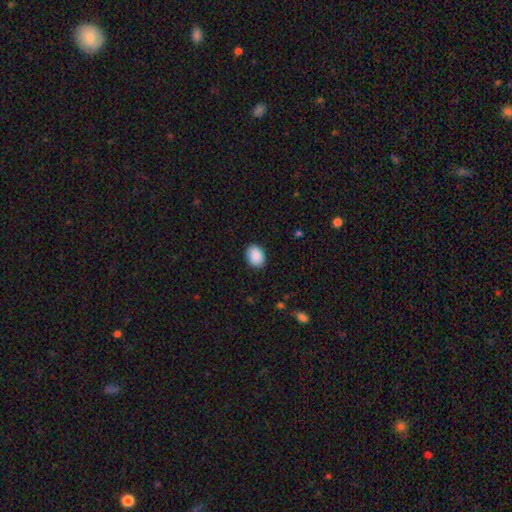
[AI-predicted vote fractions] Morphology: type=smooth (90%); roundness=in between (76%); merging=none (89%).